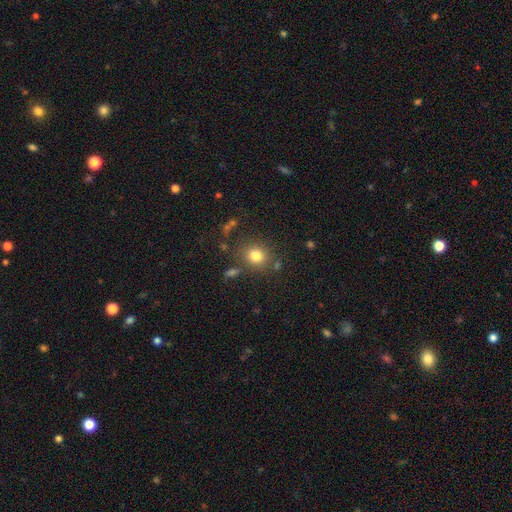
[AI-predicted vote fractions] A smooth galaxy with no disk features (80%) that is round (78%).

Vote fractions:
- Smooth or featured? smooth: 80% / star or artifact: 13% / featured or disk: 8%
- How rounded? round: 78% / in between: 21% / cigar-shaped: 1%
- Merging? none: 78% / minor disturbance: 11% / merger: 6% / major disturbance: 5%